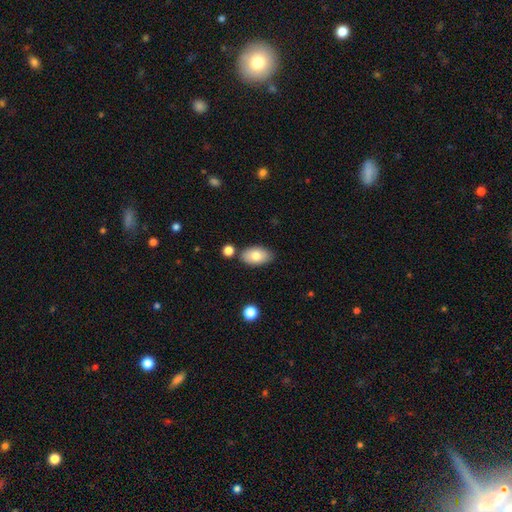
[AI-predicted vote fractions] smooth 80%, featured or disk 13%, star or artifact 7%. Down the decision tree: how rounded — in between (94%); merging — none (79%).